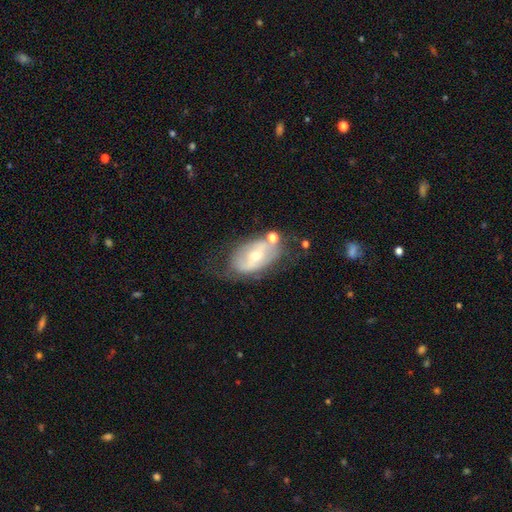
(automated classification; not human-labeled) A featured or disk galaxy (65%) with no bar (45%), no spiral arms (52%) and a moderate central bulge (49%). Merging: none (49%).